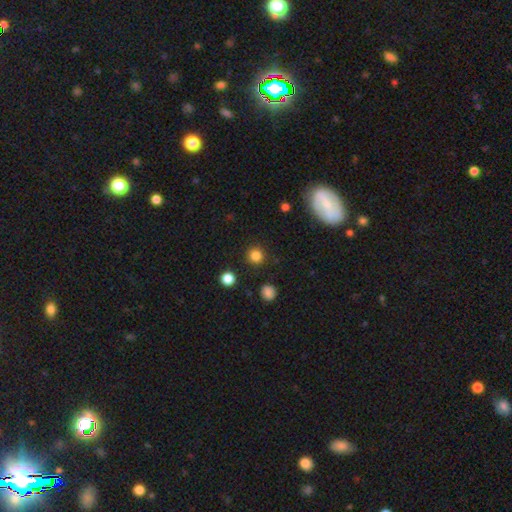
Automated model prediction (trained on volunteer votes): Smooth or featured?
  - smooth: 82% *
  - star or artifact: 13%
  - featured or disk: 5%
How rounded?
  - round: 93% *
  - in between: 6%
  - cigar-shaped: 1%
Merging?
  - none: 91% *
  - minor disturbance: 5%
  - major disturbance: 2%
  - merger: 2%